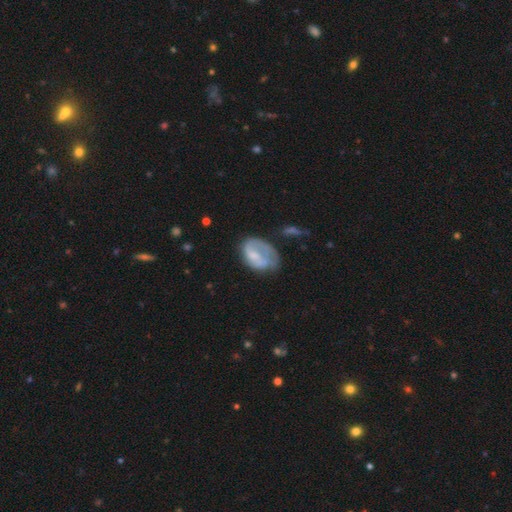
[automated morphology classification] Smooth or featured?
  - featured or disk: 48% *
  - smooth: 45%
  - star or artifact: 7%
Merging?
  - none: 35% *
  - minor disturbance: 30%
  - major disturbance: 30%
  - merger: 5%